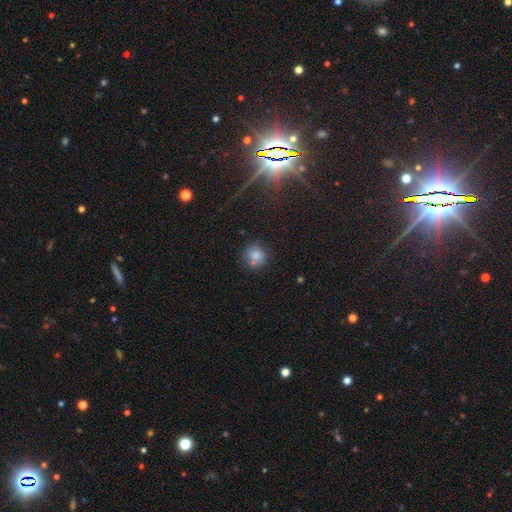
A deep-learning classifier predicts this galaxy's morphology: Smooth or featured?
  - smooth: 75% *
  - star or artifact: 15%
  - featured or disk: 11%
How rounded?
  - round: 83% *
  - in between: 16%
  - cigar-shaped: 1%
Merging?
  - none: 66% *
  - minor disturbance: 16%
  - merger: 13%
  - major disturbance: 5%